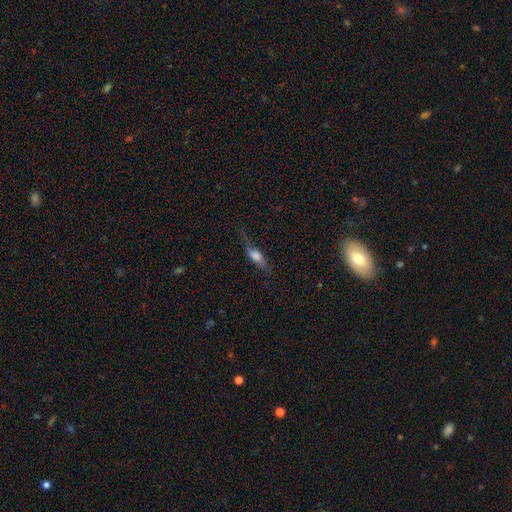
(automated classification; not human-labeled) Smooth or featured? Predicted: smooth (p=0.58). How rounded? Predicted: in between (p=0.65). Merging? Predicted: none (p=0.44).